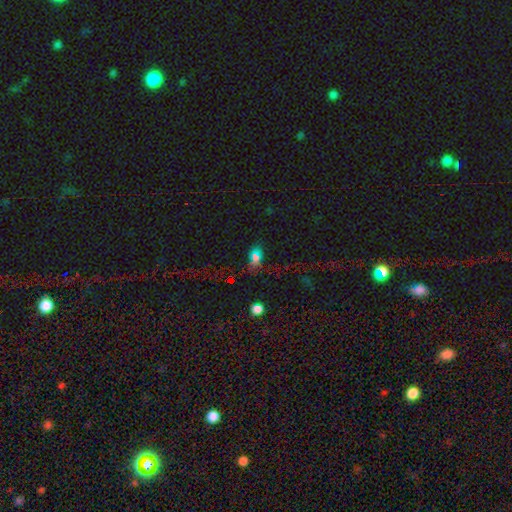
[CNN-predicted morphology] This appears to be a smooth galaxy with no disk features (55%) that is in between round and cigar-shaped (77%). Merging: none (75%).